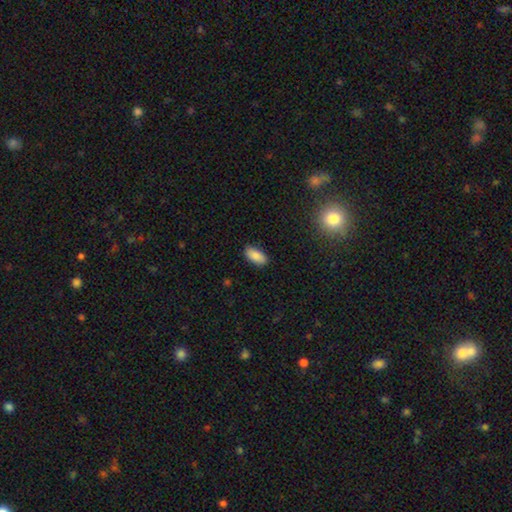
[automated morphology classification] A smooth galaxy with no disk features (87%) that is in between round and cigar-shaped (90%).

Vote fractions:
- Smooth or featured? smooth: 87% / star or artifact: 7% / featured or disk: 6%
- How rounded? in between: 90% / cigar-shaped: 8% / round: 2%
- Merging? none: 87% / minor disturbance: 10% / major disturbance: 2% / merger: 1%